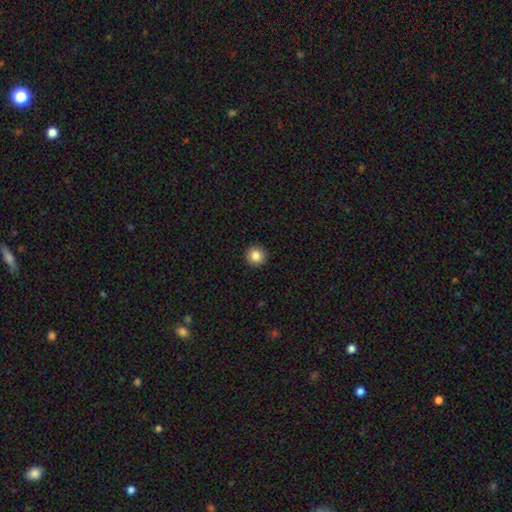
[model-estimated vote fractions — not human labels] A smooth galaxy with no disk features (84%) that is round (95%). Merging: none (93%).